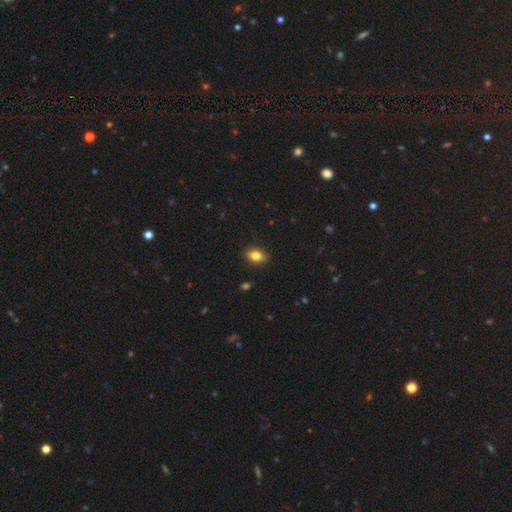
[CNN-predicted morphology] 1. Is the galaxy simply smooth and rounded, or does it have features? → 84% smooth, 9% star or artifact, 8% featured or disk.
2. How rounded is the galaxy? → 84% in between, 14% round, 3% cigar-shaped.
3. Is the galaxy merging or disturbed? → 88% none, 9% minor disturbance, 2% major disturbance, 1% merger.